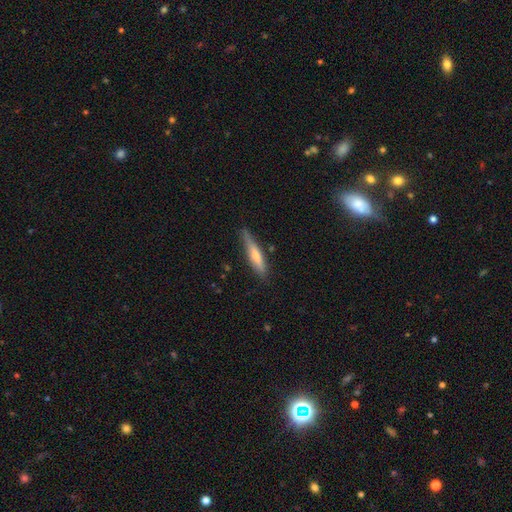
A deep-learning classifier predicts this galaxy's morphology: This is possibly a smooth galaxy (50%). How rounded: clearly cigar-shaped (88%). Merging: likely none (79%).